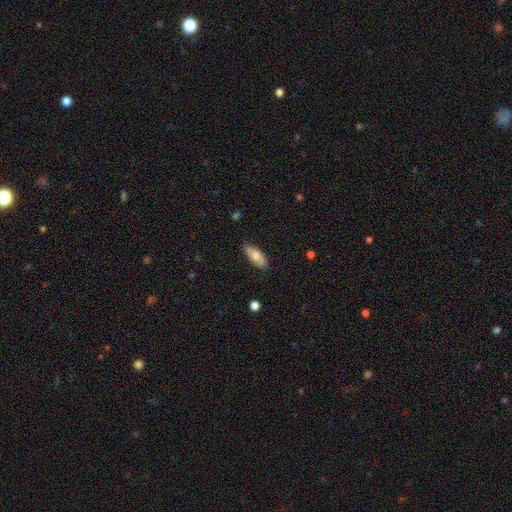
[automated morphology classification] Smooth or featured? Predicted: smooth (p=0.72). How rounded? Predicted: in between (p=0.85). Merging? Predicted: none (p=0.82).